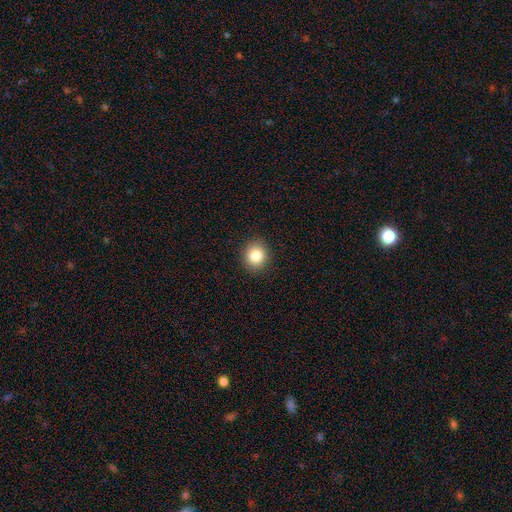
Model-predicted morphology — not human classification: type=smooth (85%); roundness=round (81%); merging=none (91%).